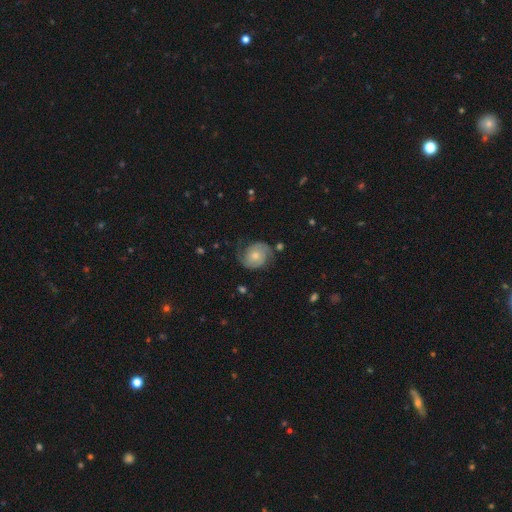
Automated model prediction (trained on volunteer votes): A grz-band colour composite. It shows a featured or disk galaxy (74%) with no bar (75%), 2 (82%) tight (42%) spiral arms (93%) and a moderate central bulge (53%). Merging: none (68%).